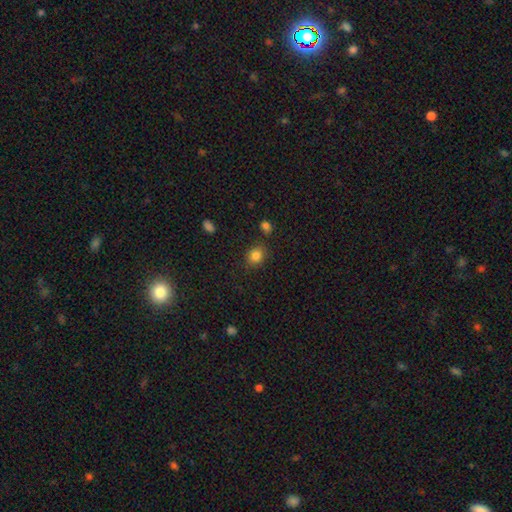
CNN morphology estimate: Smooth or featured? Predicted: smooth (p=0.83). How rounded? Predicted: round (p=0.65). Merging? Predicted: none (p=0.82).